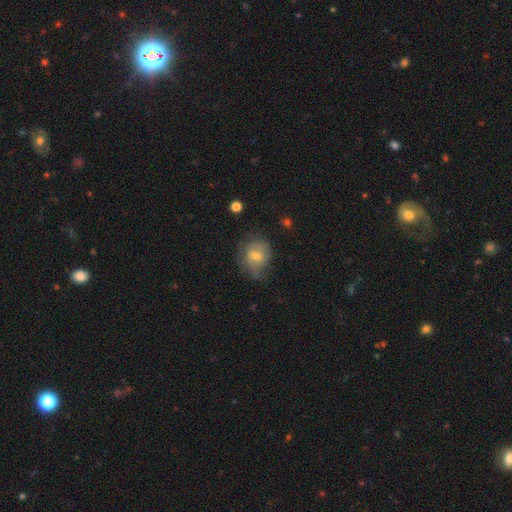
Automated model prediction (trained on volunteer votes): Smooth or featured? smooth (57%)
How rounded? round (58%)
Merging? none (47%)